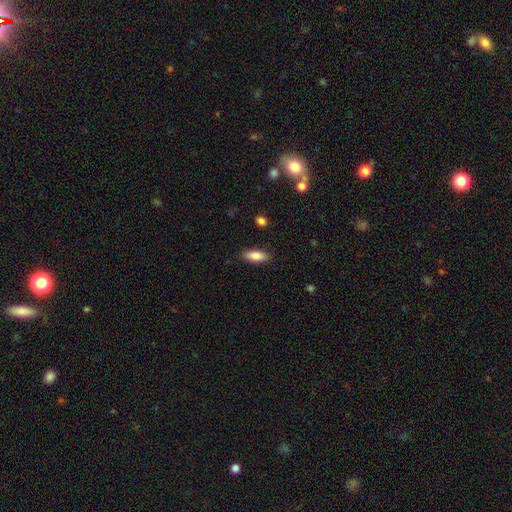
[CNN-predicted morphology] A smooth galaxy with no disk features (85%) that is in between round and cigar-shaped (76%). Merging: none (86%).